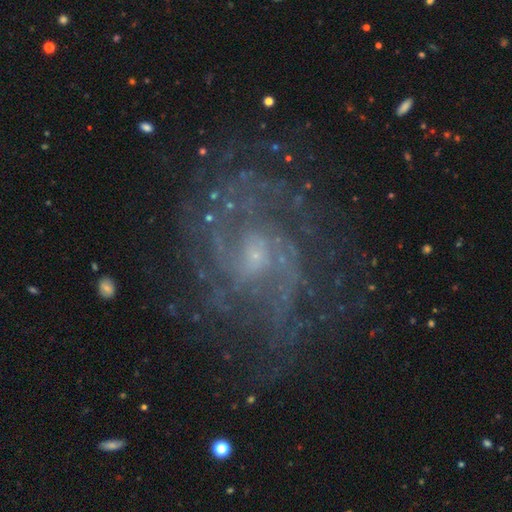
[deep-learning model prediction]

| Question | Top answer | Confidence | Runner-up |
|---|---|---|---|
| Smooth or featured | featured or disk | 87% | star or artifact (9%) |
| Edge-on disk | no | 98% | yes (2%) |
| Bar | weak | 47% | no (43%) |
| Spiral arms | yes | 96% | no (4%) |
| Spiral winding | medium | 44% | tight (42%) |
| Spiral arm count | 2 | 39% | can't tell (26%) |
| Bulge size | small | 68% | moderate (21%) |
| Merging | none | 74% | minor disturbance (15%) |